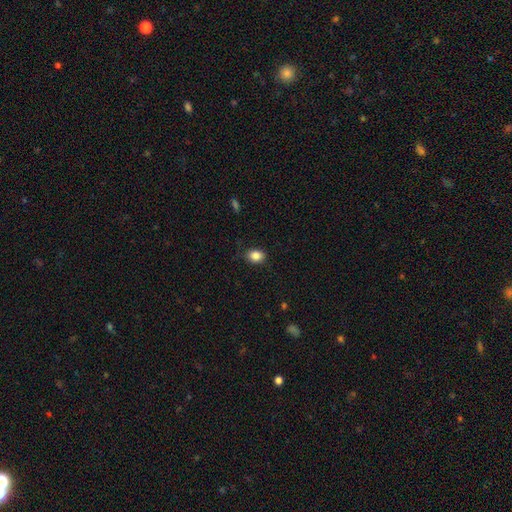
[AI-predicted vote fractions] smooth_or_featured: smooth (p=0.85) [alt: star or artifact p=0.10]
how_rounded: in between (p=0.58) [alt: round p=0.41]
merging: none (p=0.84) [alt: minor disturbance p=0.13]